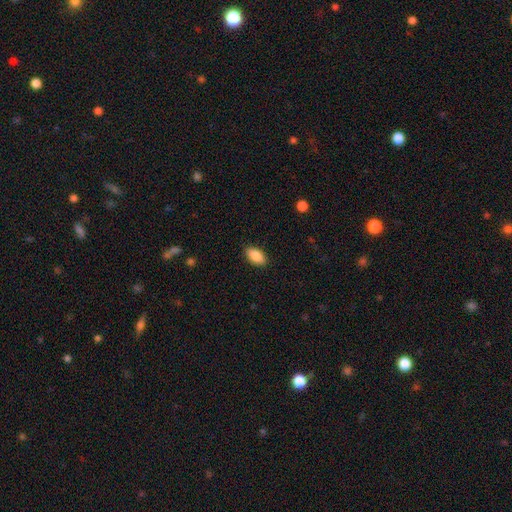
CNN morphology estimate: Smooth or featured? Predicted: smooth (p=0.88). How rounded? Predicted: in between (p=0.93). Merging? Predicted: none (p=0.88).